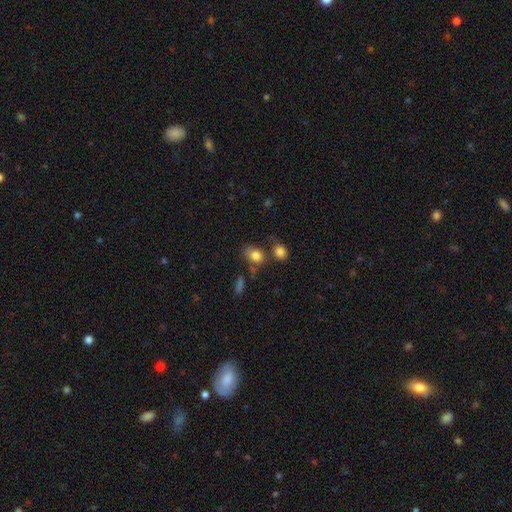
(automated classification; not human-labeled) smooth-or-featured: smooth: 81% | star or artifact: 10% | featured or disk: 10%
  how-rounded: in between: 62% | round: 36% | cigar-shaped: 1%
  merging: none: 48% | merger: 24% | minor disturbance: 19% | major disturbance: 9%